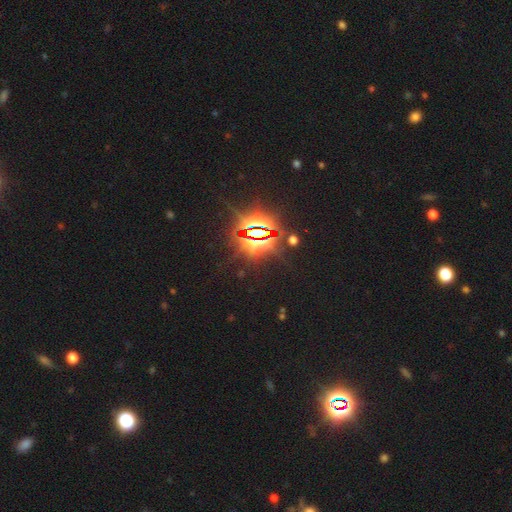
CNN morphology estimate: star or artifact 87%, smooth 8%, featured or disk 5%.